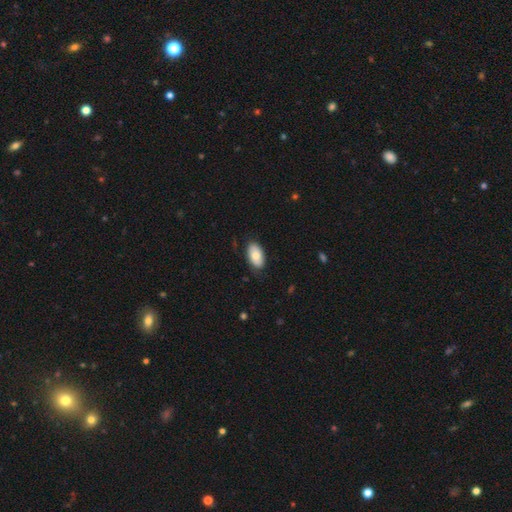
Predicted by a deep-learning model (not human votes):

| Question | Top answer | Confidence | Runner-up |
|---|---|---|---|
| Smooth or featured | smooth | 77% | featured or disk (17%) |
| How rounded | in between | 95% | round (3%) |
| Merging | none | 82% | minor disturbance (15%) |